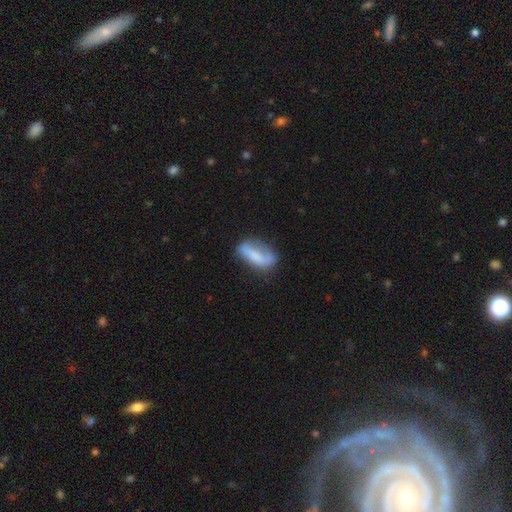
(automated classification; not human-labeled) Smooth or featured? Predicted: smooth (p=0.60). How rounded? Predicted: in between (p=0.75). Merging? Predicted: none (p=0.53).